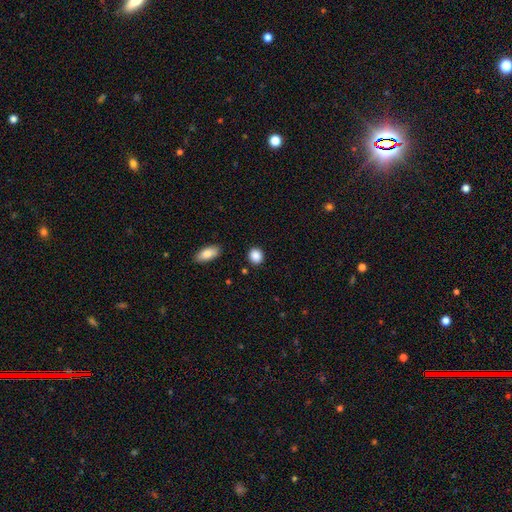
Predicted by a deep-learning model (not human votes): Overall: smooth (88%). How rounded: round (73%). Merging: none (89%).